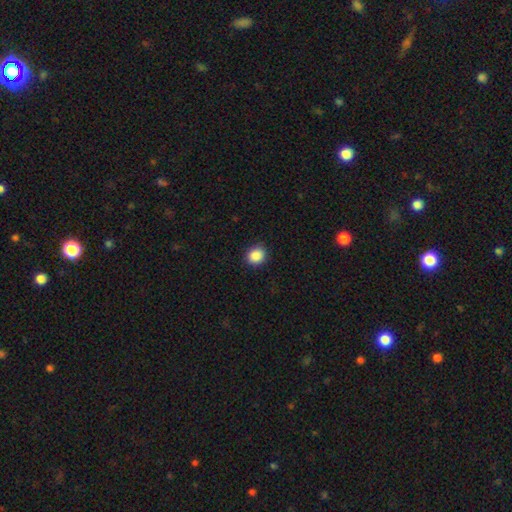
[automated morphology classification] A smooth galaxy with no disk features (88%) that is round (77%). Merging: none (88%).